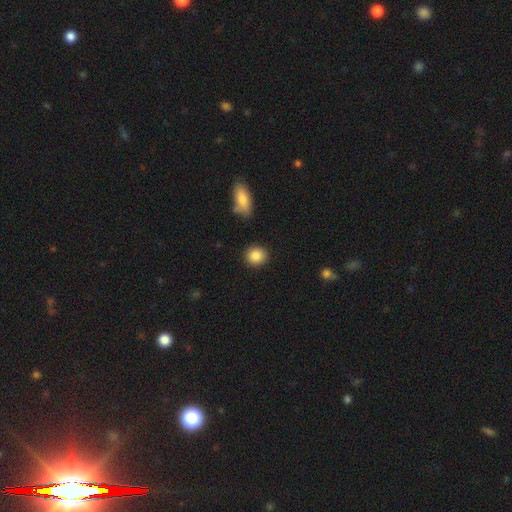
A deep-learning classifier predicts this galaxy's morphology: This appears to be a smooth galaxy with no disk features (87%) that is round (81%). Merging: none (89%).